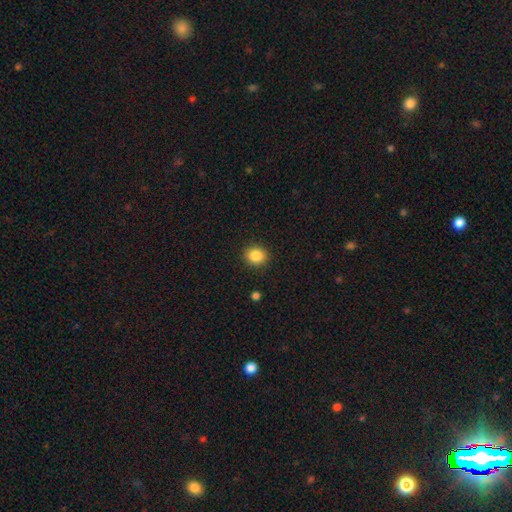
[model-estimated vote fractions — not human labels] This is clearly a smooth galaxy (86%). How rounded: clearly round (82%). Merging: clearly none (91%).